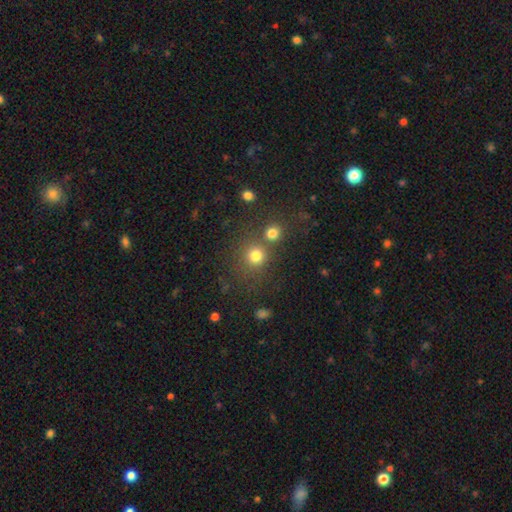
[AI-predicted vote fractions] smooth_or_featured: smooth (p=0.77) [alt: star or artifact p=0.16]
how_rounded: round (p=0.89) [alt: in between p=0.10]
merging: none (p=0.64) [alt: merger p=0.23]